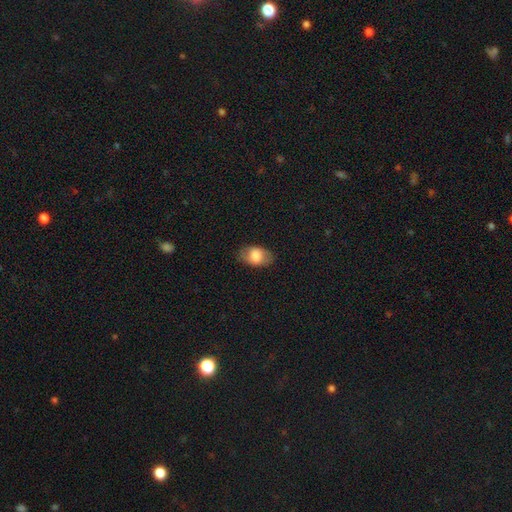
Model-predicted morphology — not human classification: smooth-or-featured: smooth: 76% | featured or disk: 17% | star or artifact: 7%
  how-rounded: in between: 88% | round: 10% | cigar-shaped: 2%
  merging: none: 81% | minor disturbance: 14% | major disturbance: 4% | merger: 1%